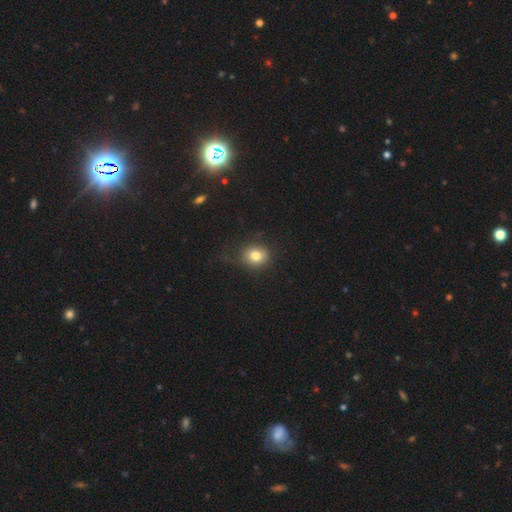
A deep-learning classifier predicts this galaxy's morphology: Q: Smooth or featured?
A: smooth (78%); runner-up: star or artifact (12%)
Q: How rounded?
A: round (74%); runner-up: in between (25%)
Q: Merging?
A: none (67%); runner-up: minor disturbance (21%)